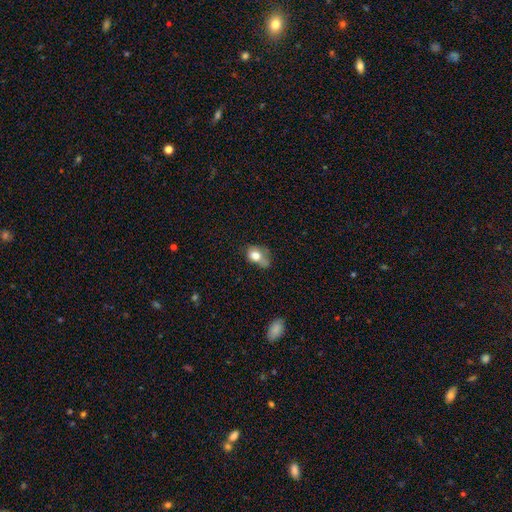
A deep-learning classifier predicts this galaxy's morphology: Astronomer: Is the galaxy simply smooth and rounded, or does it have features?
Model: smooth — 74%.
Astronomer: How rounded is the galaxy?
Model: in between — 70%.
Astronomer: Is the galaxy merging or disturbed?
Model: minor disturbance — 36% (runner-up: none, 29%).